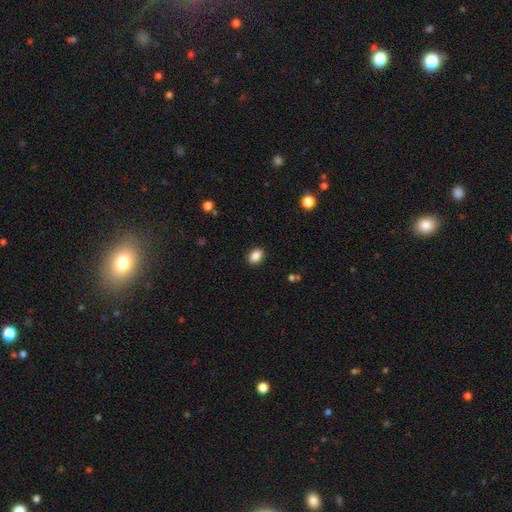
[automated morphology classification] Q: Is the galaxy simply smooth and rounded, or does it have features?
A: smooth — 88%.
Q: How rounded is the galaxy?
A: in between — 79%.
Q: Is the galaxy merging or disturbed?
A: none — 90%.